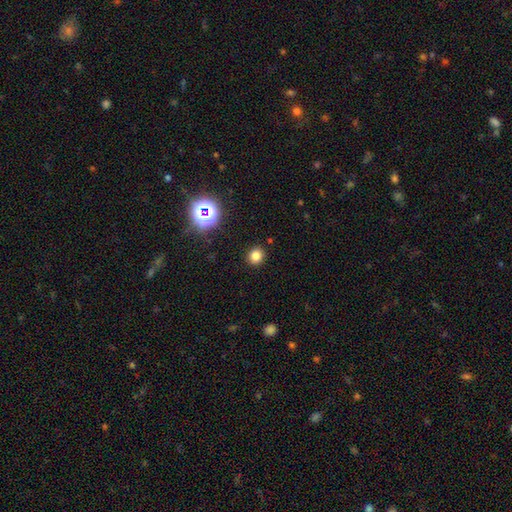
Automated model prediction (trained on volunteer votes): This appears to be a smooth galaxy with no disk features (79%) that is round (81%). Merging: none (91%).